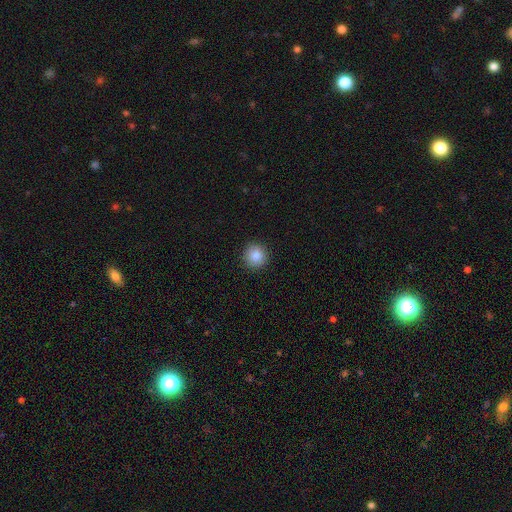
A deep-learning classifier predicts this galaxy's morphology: smooth 87%, star or artifact 9%, featured or disk 4%. Down the decision tree: how rounded — round (94%); merging — none (92%).